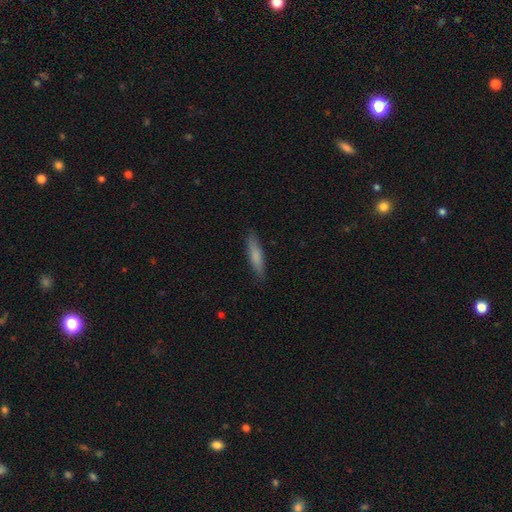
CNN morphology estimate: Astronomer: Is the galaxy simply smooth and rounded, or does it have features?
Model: smooth — 77%.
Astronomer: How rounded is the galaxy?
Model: cigar-shaped — 82%.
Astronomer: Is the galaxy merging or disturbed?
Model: none — 87%.